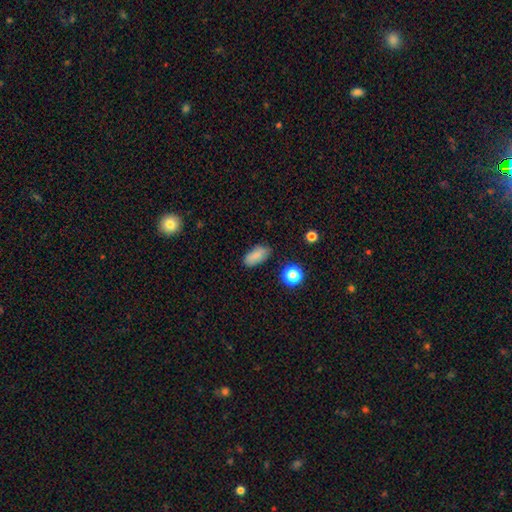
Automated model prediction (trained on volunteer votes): This appears to be a smooth galaxy with no disk features (84%) that is in between round and cigar-shaped (84%). Merging: none (81%).